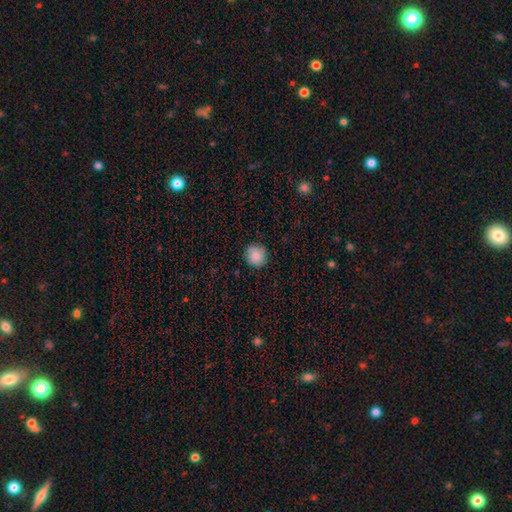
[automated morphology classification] The model was most divided on "smooth or featured": smooth: 87%, star or artifact: 8%, featured or disk: 5%. More confident: how rounded — round (92%); merging — none (88%).